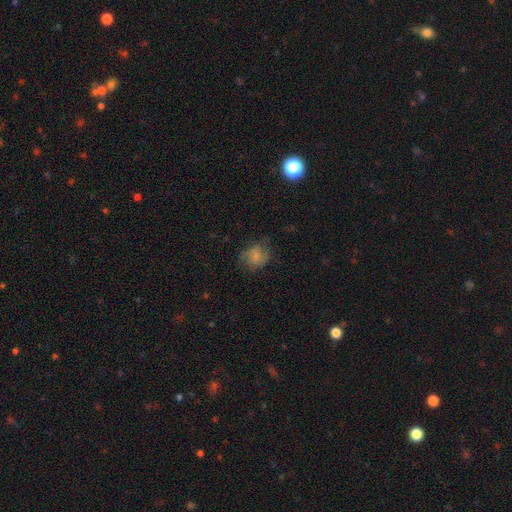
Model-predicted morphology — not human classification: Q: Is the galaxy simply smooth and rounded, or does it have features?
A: smooth — 63%.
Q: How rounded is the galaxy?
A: round — 62%.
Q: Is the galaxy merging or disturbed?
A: none — 59%.